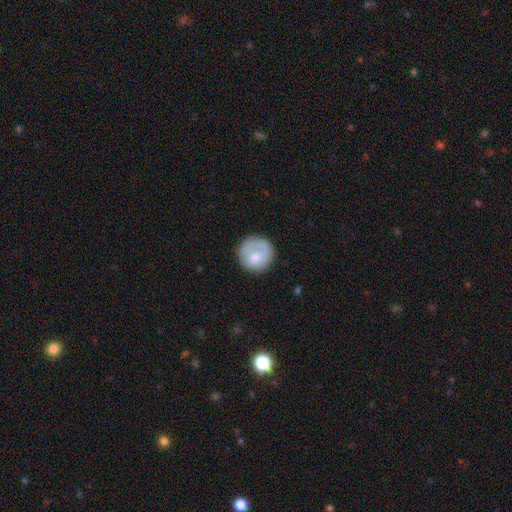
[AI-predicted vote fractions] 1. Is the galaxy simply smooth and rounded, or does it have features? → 68% smooth, 26% featured or disk, 6% star or artifact.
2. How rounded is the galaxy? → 88% round, 11% in between, 1% cigar-shaped.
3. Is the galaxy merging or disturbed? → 68% none, 19% minor disturbance, 11% major disturbance, 2% merger.